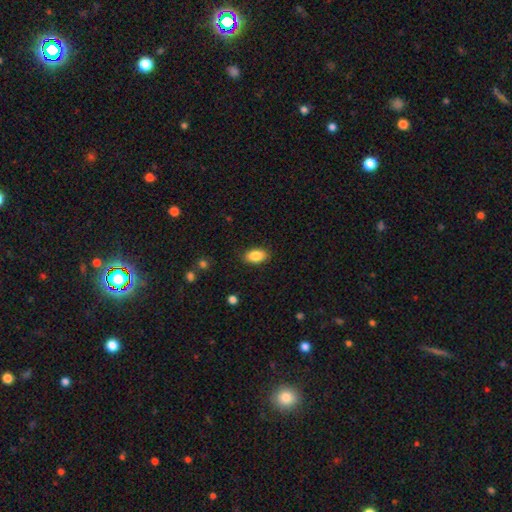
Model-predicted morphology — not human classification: Overall: smooth (86%). How rounded: in between (91%). Merging: none (87%).